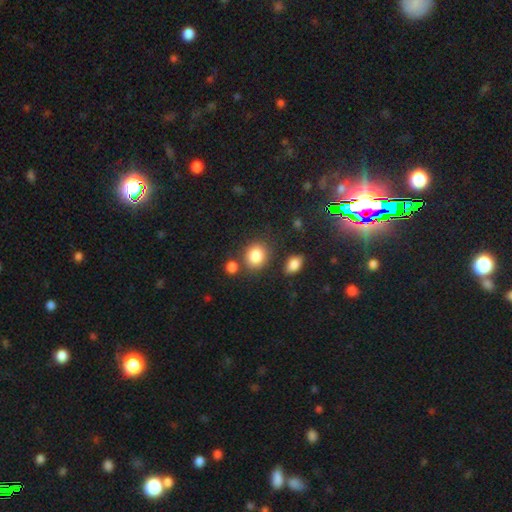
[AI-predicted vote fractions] Smooth or featured? Predicted: smooth (p=0.85). How rounded? Predicted: round (p=0.64). Merging? Predicted: none (p=0.73).